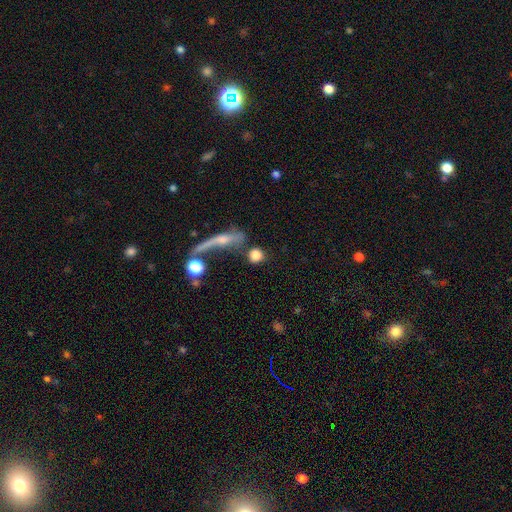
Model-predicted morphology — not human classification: Smooth or featured?
  - smooth: 79% *
  - featured or disk: 12%
  - star or artifact: 10%
How rounded?
  - round: 78% *
  - in between: 16%
  - cigar-shaped: 7%
Merging?
  - none: 59% *
  - merger: 20%
  - minor disturbance: 12%
  - major disturbance: 9%